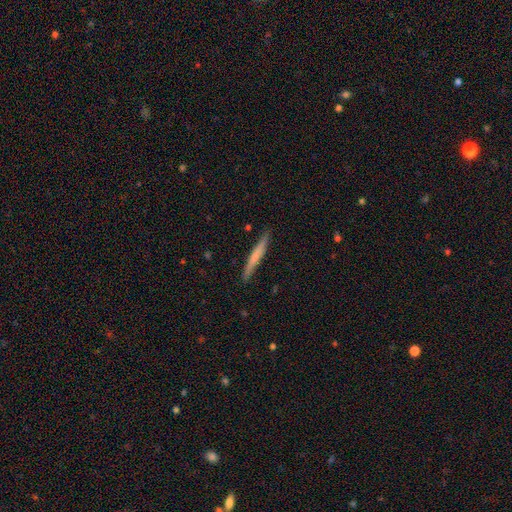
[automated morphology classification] smooth 59%, featured or disk 35%, star or artifact 5%. Down the decision tree: how rounded — cigar-shaped (96%); merging — none (89%).